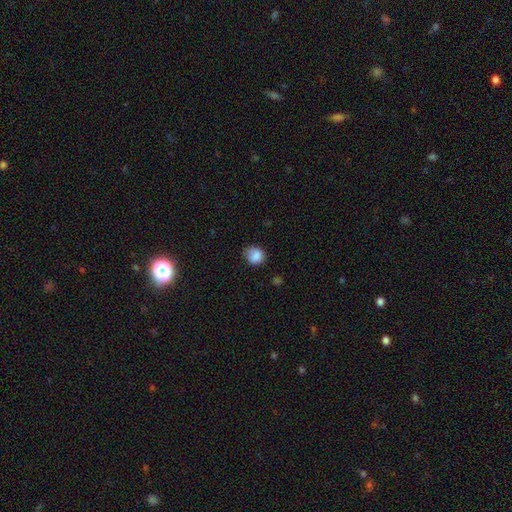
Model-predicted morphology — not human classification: Smooth or featured: smooth — 83% (star or artifact — 9%)
How rounded: round — 70% (in between — 29%)
Merging: none — 59% (minor disturbance — 30%)